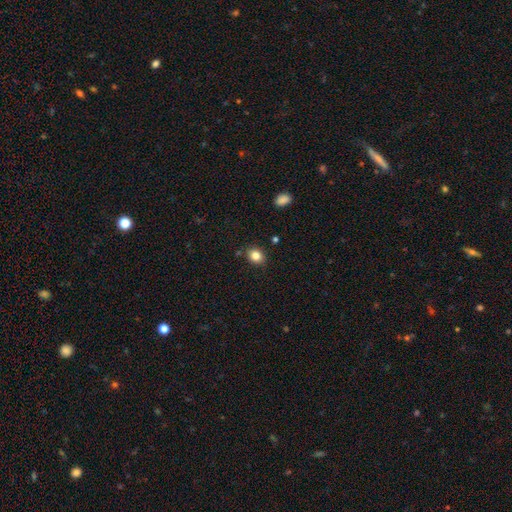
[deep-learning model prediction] Smooth or featured? smooth (84%)
How rounded? round (55%)
Merging? none (83%)